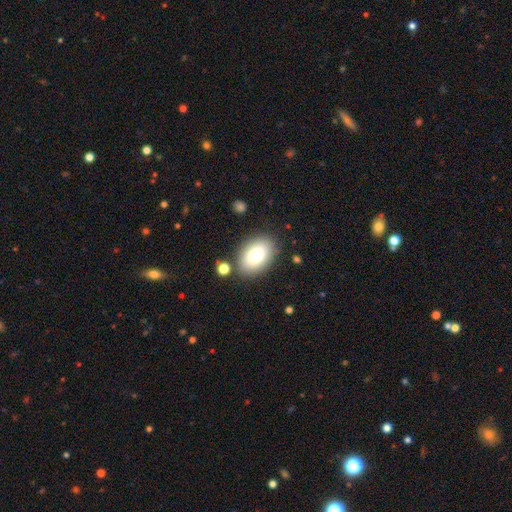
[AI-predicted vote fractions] Smooth or featured? smooth (78%)
How rounded? in between (85%)
Merging? none (83%)